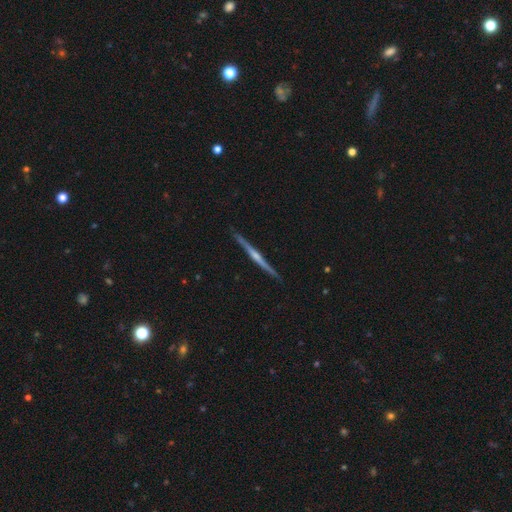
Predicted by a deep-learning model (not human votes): Overall: featured or disk (80%). Edge-on disk: yes (98%). Edge-on bulge: rounded (74%). Merging: none (90%).